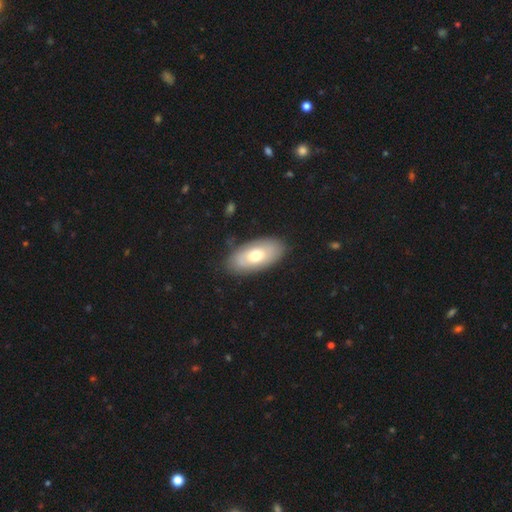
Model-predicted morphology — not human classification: A smooth galaxy with no disk features (62%) that is in between round and cigar-shaped (93%).

Vote fractions:
- Smooth or featured? smooth: 62% / featured or disk: 32% / star or artifact: 6%
- How rounded? in between: 93% / cigar-shaped: 4% / round: 3%
- Merging? none: 83% / minor disturbance: 12% / major disturbance: 3% / merger: 2%